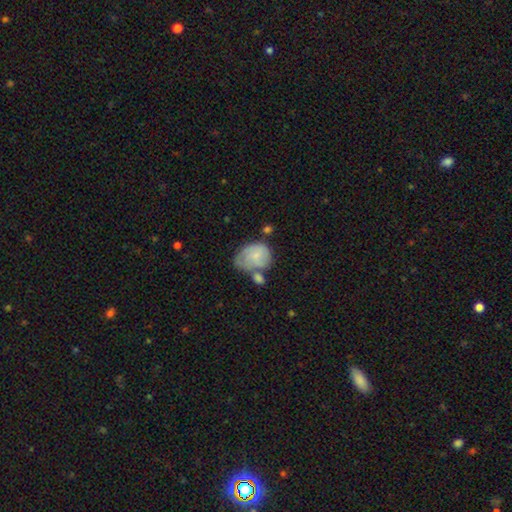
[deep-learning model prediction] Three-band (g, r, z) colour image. It shows a smooth galaxy with no disk features (59%) that is in between round and cigar-shaped (54%). Merging: none (30%).